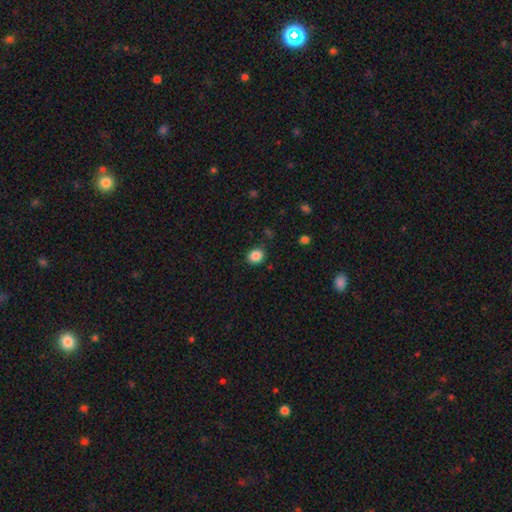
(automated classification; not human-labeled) Q: Smooth or featured?
A: smooth (87%); runner-up: star or artifact (10%)
Q: How rounded?
A: round (63%); runner-up: in between (36%)
Q: Merging?
A: none (85%); runner-up: minor disturbance (10%)